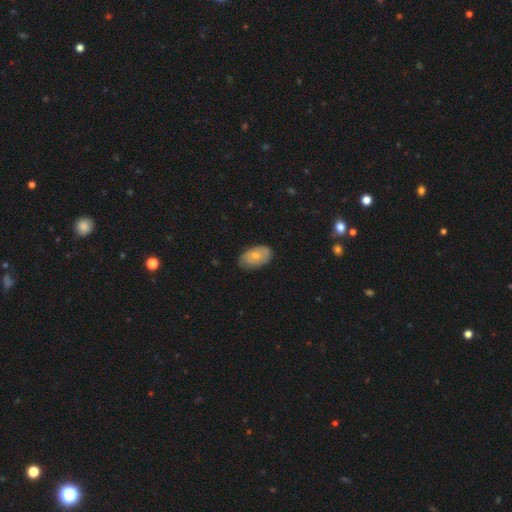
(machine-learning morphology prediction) This appears to be a smooth galaxy with no disk features (56%) that is in between round and cigar-shaped (91%). Merging: none (74%).